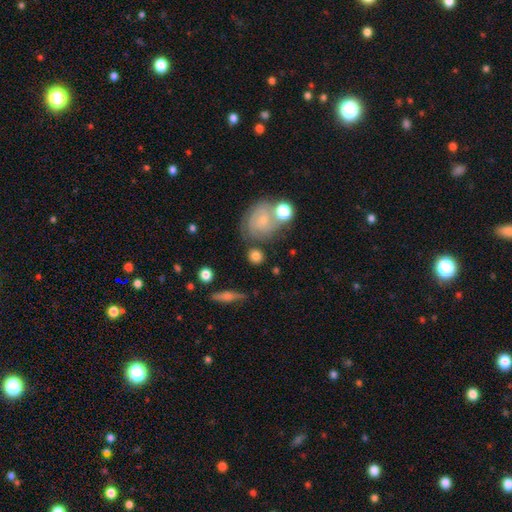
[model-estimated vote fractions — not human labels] The model was most divided on "smooth or featured": smooth: 66%, featured or disk: 25%, star or artifact: 9%. More confident: how rounded — round (78%); merging — none (70%).